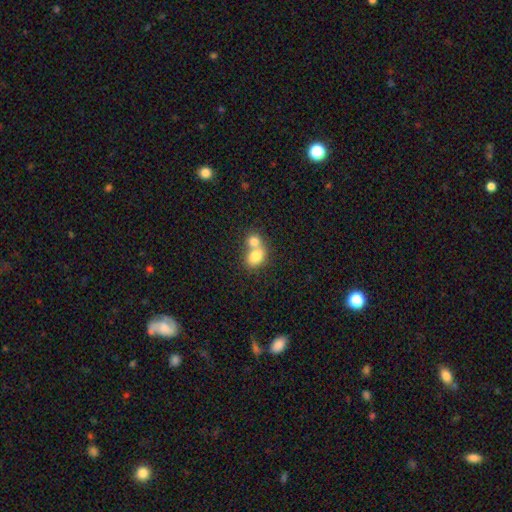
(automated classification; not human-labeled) Smooth or featured? Predicted: smooth (p=0.78). How rounded? Predicted: in between (p=0.60). Merging? Predicted: merger (p=0.67).